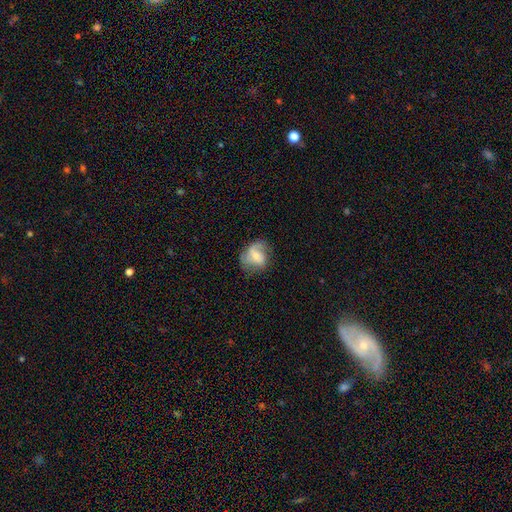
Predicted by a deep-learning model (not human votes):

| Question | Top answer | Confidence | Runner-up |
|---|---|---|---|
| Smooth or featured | featured or disk | 50% | smooth (42%) |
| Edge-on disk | no | 97% | yes (3%) |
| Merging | none | 53% | minor disturbance (27%) |